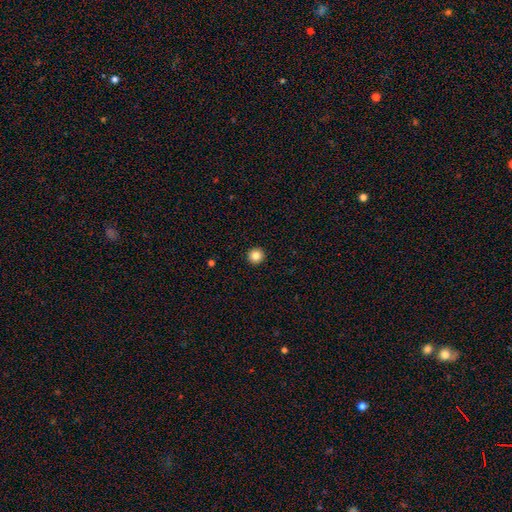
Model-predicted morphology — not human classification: Smooth or featured?
  - smooth: 84% *
  - star or artifact: 10%
  - featured or disk: 5%
How rounded?
  - round: 96% *
  - in between: 3%
  - cigar-shaped: 1%
Merging?
  - none: 94% *
  - minor disturbance: 4%
  - major disturbance: 1%
  - merger: 1%